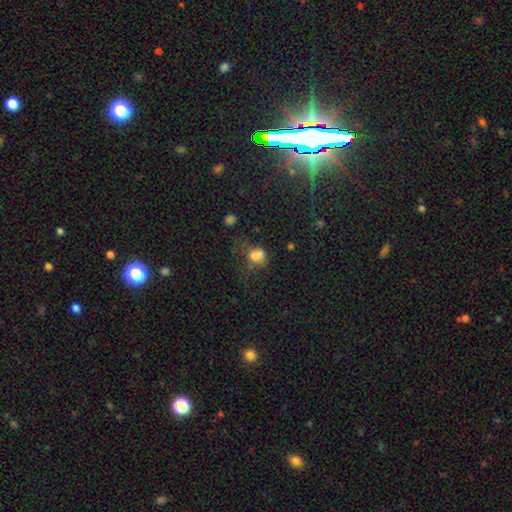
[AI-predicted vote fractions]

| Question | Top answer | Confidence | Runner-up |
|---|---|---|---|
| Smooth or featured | smooth | 67% | star or artifact (19%) |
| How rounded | round | 53% | in between (45%) |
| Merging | none | 36% | major disturbance (26%) |